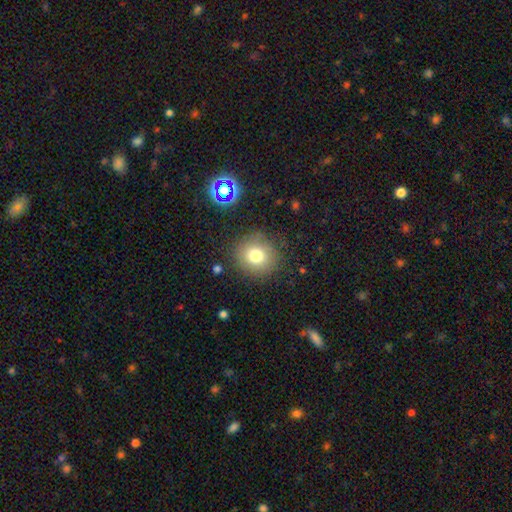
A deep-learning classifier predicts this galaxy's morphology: The model was most divided on "smooth or featured": smooth: 75%, star or artifact: 14%, featured or disk: 11%. More confident: how rounded — round (89%); merging — none (84%).